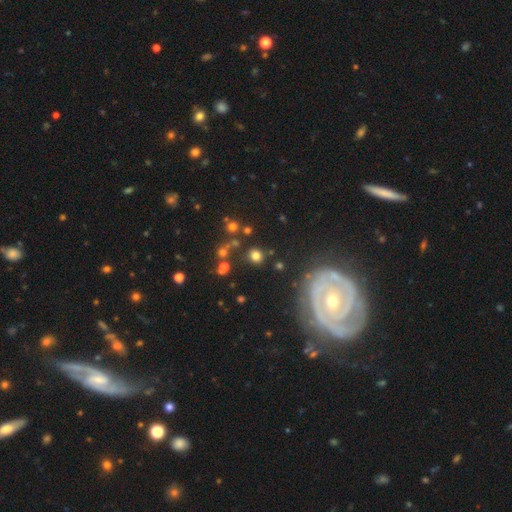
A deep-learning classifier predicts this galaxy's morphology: A smooth galaxy with no disk features (75%) that is round (84%). Merging: none (81%).